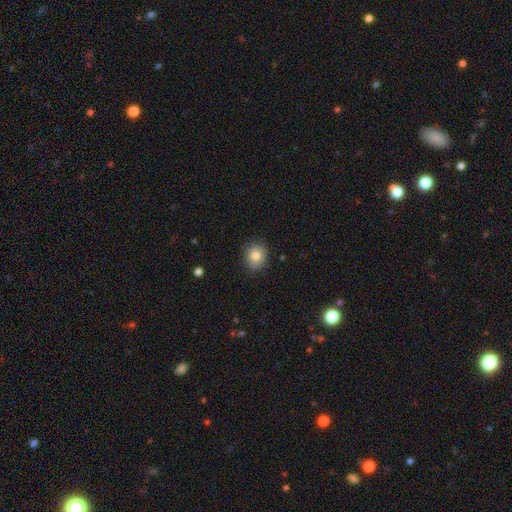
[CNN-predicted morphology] Smooth or featured? Predicted: smooth (p=0.81). How rounded? Predicted: round (p=0.75). Merging? Predicted: none (p=0.85).